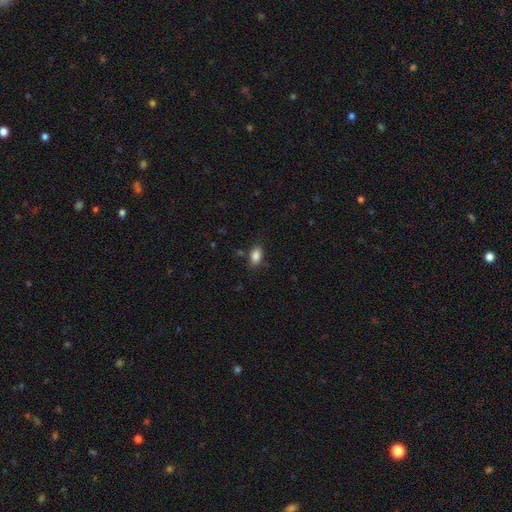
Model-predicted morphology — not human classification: Overall: smooth (86%). How rounded: in between (89%). Merging: none (81%).